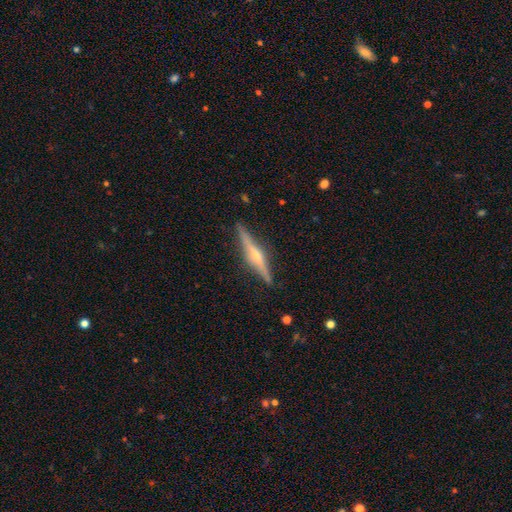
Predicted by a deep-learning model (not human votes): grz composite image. It shows a featured or disk galaxy (79%) viewed edge-on (98%) with a rounded central bulge (89%). Merging: none (89%).